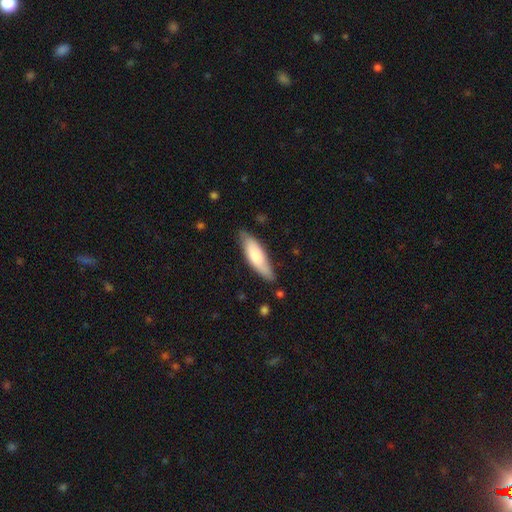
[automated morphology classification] Overall: smooth (73%). How rounded: cigar-shaped (53%; in between 45%). Merging: none (74%).